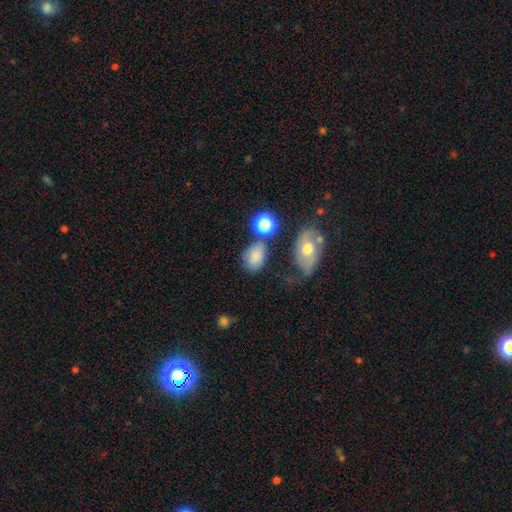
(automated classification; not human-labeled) Overall: smooth (74%). How rounded: in between (75%). Merging: none (53%; minor disturbance 23%).